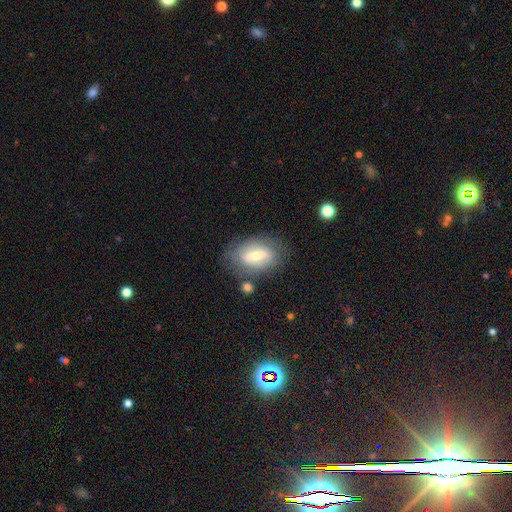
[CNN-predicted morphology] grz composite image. It shows a featured or disk galaxy (49%). Merging: none (69%).